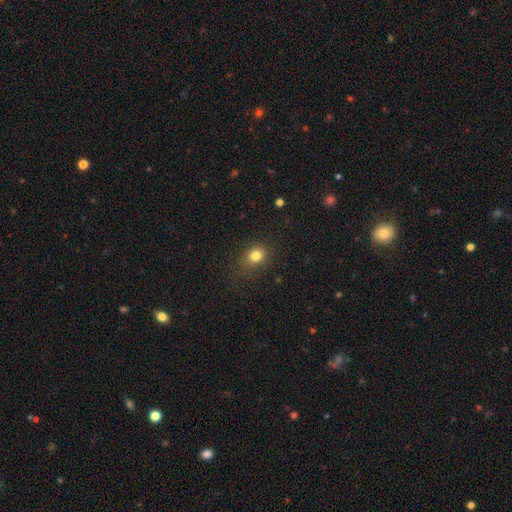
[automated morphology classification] Overall: smooth (80%). How rounded: round (59%; in between 40%). Merging: none (80%).